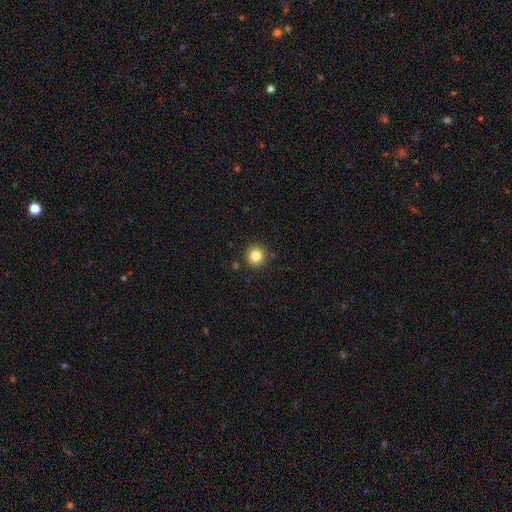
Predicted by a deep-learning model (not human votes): Q: Smooth or featured?
A: smooth (83%); runner-up: star or artifact (11%)
Q: How rounded?
A: round (93%); runner-up: in between (6%)
Q: Merging?
A: none (89%); runner-up: minor disturbance (7%)